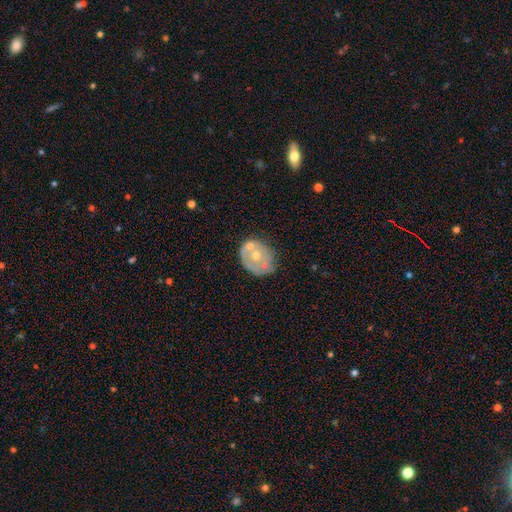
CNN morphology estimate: smooth_or_featured: featured or disk (p=0.47) [alt: smooth p=0.45]
merging: none (p=0.46) [alt: merger p=0.27]